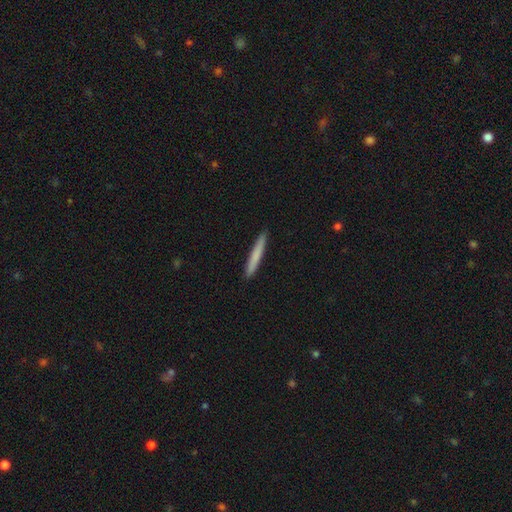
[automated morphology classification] This is likely a smooth galaxy (75%). How rounded: clearly cigar-shaped (96%). Merging: clearly none (92%).